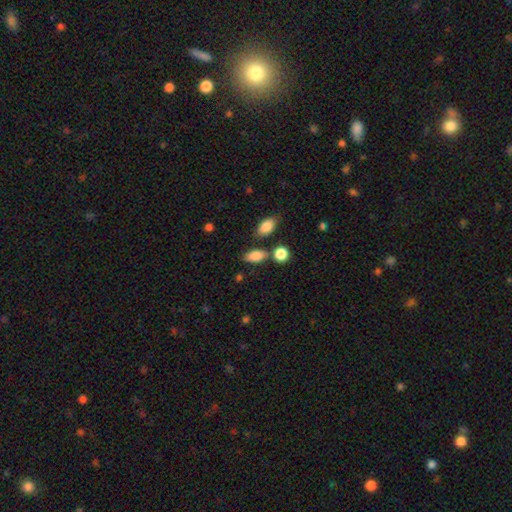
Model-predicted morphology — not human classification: Smooth or featured: smooth — 84% (star or artifact — 8%)
How rounded: in between — 85% (round — 9%)
Merging: none — 72% (minor disturbance — 13%)